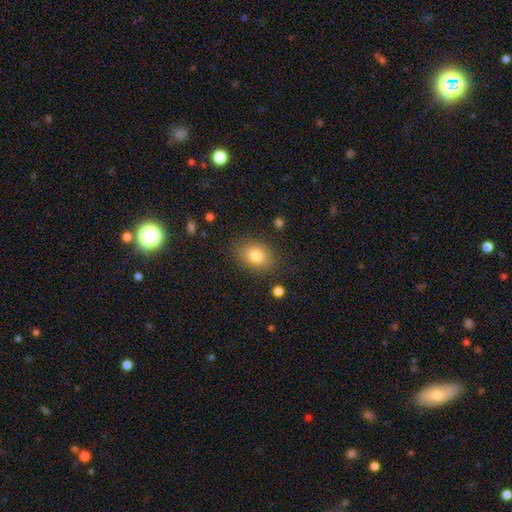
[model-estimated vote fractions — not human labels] Smooth or featured: smooth — 81% (featured or disk — 10%)
How rounded: in between — 70% (round — 29%)
Merging: none — 84% (minor disturbance — 11%)